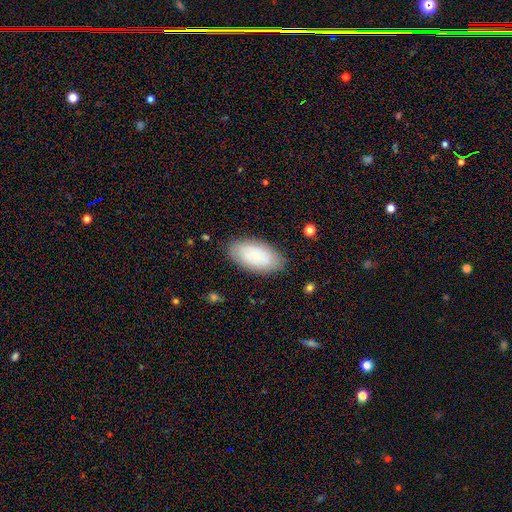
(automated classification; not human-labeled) A smooth galaxy with no disk features (81%) that is in between round and cigar-shaped (95%).

Vote fractions:
- Smooth or featured? smooth: 81% / featured or disk: 12% / star or artifact: 7%
- How rounded? in between: 95% / cigar-shaped: 3% / round: 2%
- Merging? none: 85% / minor disturbance: 11% / major disturbance: 3% / merger: 1%